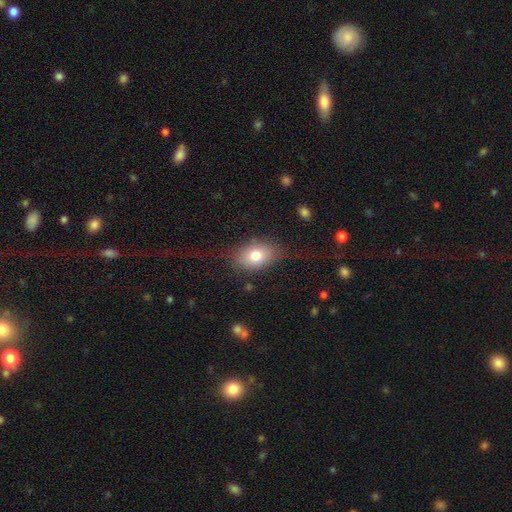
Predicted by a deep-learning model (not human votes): Smooth or featured: smooth — 78% (featured or disk — 13%)
How rounded: in between — 81% (round — 18%)
Merging: none — 75% (minor disturbance — 17%)